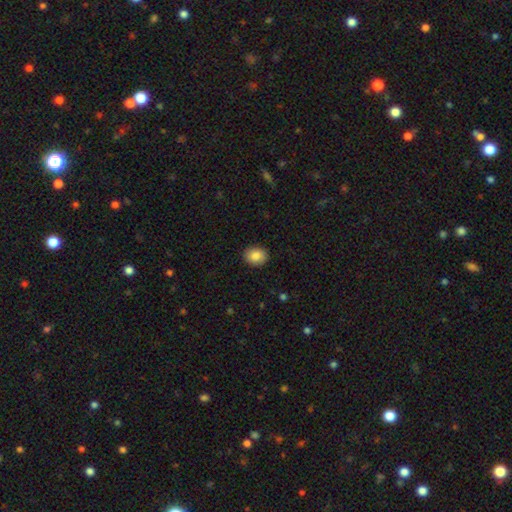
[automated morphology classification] smooth 86%, star or artifact 8%, featured or disk 6%. Down the decision tree: how rounded — in between (51%); merging — none (90%).